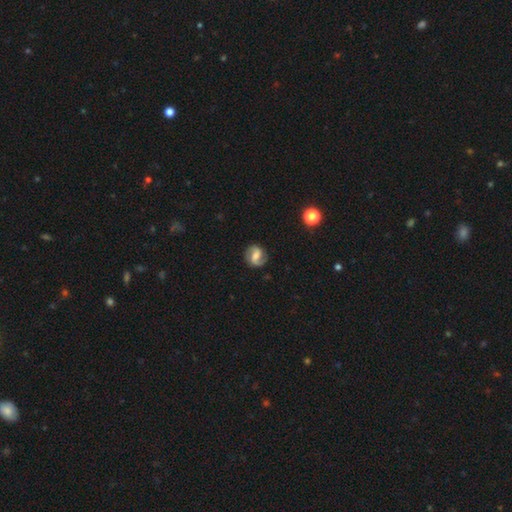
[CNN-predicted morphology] type=featured or disk (79%); edge-on=no (98%); bar=weak (48%); spiral arms=yes (95%); winding=medium (49%); arm count=2 (91%); bulge=moderate (42%); merging=none (84%).